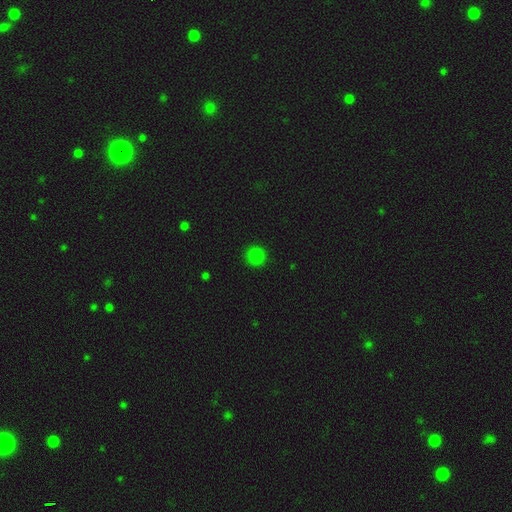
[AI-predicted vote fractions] This appears to be a smooth galaxy with no disk features (81%) that is round (92%). Merging: none (90%).